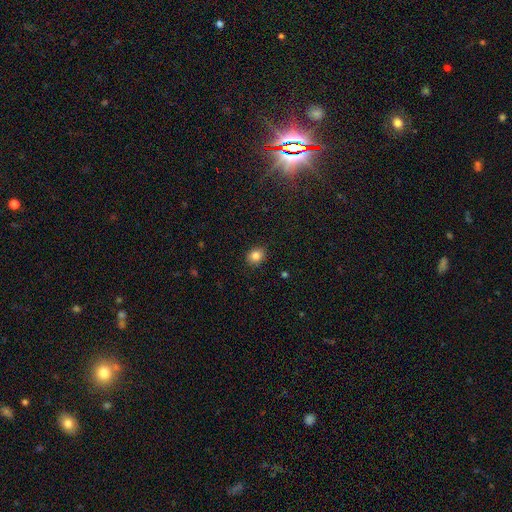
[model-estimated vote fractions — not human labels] This appears to be a smooth galaxy with no disk features (83%) that is round (60%). Merging: none (86%).